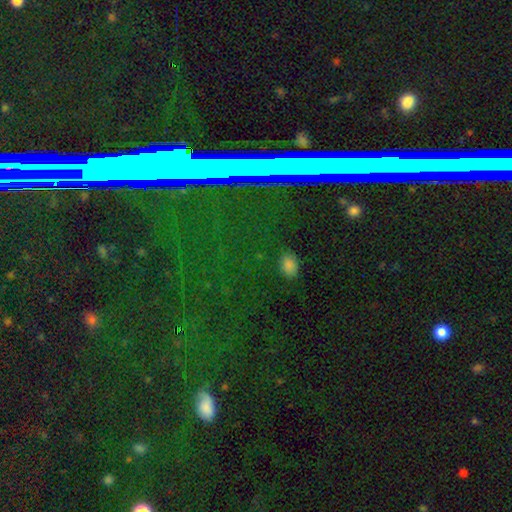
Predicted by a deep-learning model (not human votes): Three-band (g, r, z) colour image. It shows a star or artifact, not a galaxy (79%).